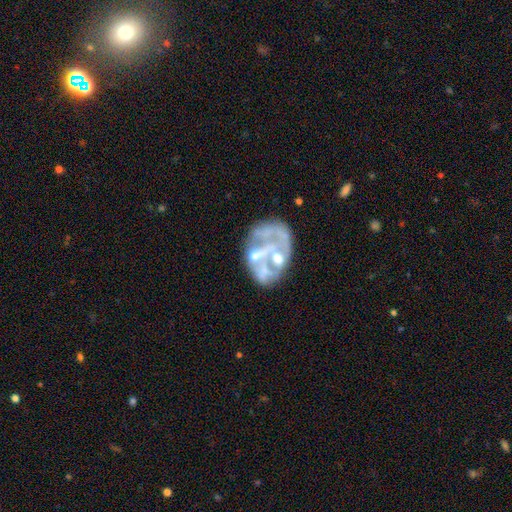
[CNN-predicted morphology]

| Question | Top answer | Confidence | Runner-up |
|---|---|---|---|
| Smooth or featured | featured or disk | 71% | smooth (18%) |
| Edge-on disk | no | 98% | yes (2%) |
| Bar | no | 79% | weak (15%) |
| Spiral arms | no | 78% | yes (22%) |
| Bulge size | none | 40% | moderate (35%) |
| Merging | none | 35% | major disturbance (30%) |